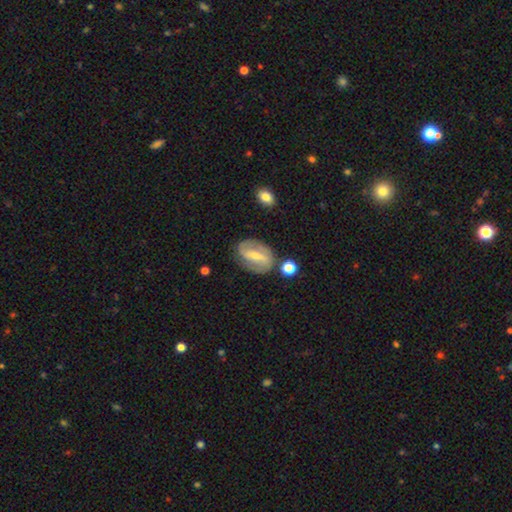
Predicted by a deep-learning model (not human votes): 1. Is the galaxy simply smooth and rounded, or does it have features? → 72% featured or disk, 22% smooth, 6% star or artifact.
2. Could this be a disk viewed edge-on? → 93% no, 7% yes.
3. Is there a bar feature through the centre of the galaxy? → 62% strong, 27% weak, 11% no.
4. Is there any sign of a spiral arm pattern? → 74% yes, 26% no.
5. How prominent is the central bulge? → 59% small, 35% moderate, 3% none, 2% large, 1% dominant.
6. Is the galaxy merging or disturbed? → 76% none, 15% minor disturbance, 5% major disturbance, 4% merger.